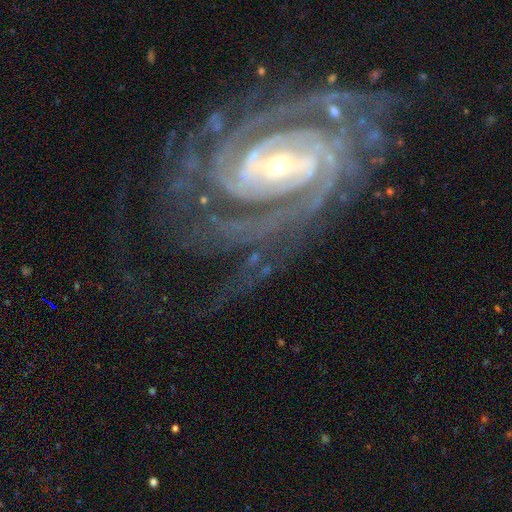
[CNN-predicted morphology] smooth_or_featured: featured or disk (p=0.92) [alt: star or artifact p=0.05]
disk_edge_on: no (p=0.96) [alt: yes p=0.04]
bar: strong (p=0.40) [alt: weak p=0.33]
has_spiral_arms: yes (p=0.99) [alt: no p=0.01]
spiral_winding: tight (p=0.71) [alt: medium p=0.25]
spiral_arm_count: 2 (p=0.30) [alt: 3 p=0.21]
bulge_size: small (p=0.61) [alt: moderate p=0.34]
merging: none (p=0.68) [alt: minor disturbance p=0.17]